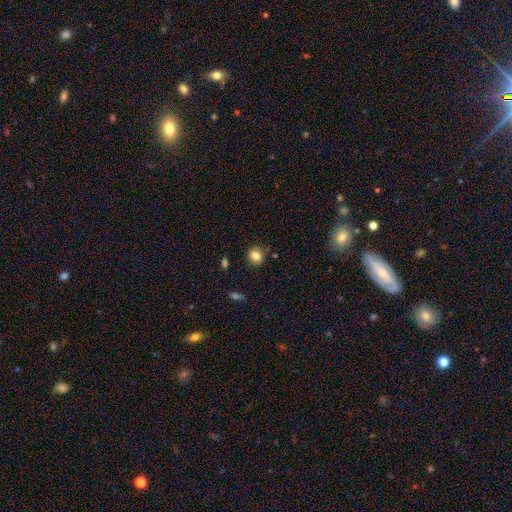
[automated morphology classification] The model was most divided on "how rounded": round: 80%, in between: 19%, cigar-shaped: 1%. More confident: smooth or featured — smooth (83%); merging — none (82%).